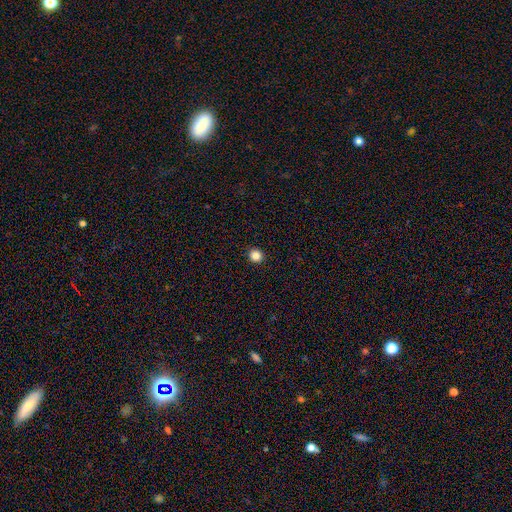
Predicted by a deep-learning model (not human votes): Q: Smooth or featured?
A: smooth (85%); runner-up: star or artifact (11%)
Q: How rounded?
A: round (93%); runner-up: in between (6%)
Q: Merging?
A: none (93%); runner-up: minor disturbance (4%)